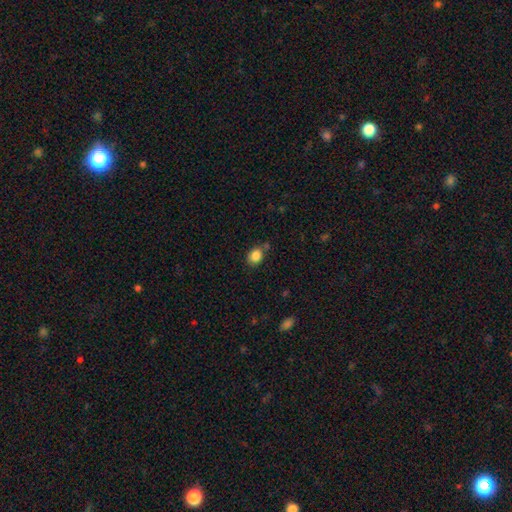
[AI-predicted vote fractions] This is clearly a smooth galaxy (86%). How rounded: possibly in between (50%). Merging: likely none (72%).